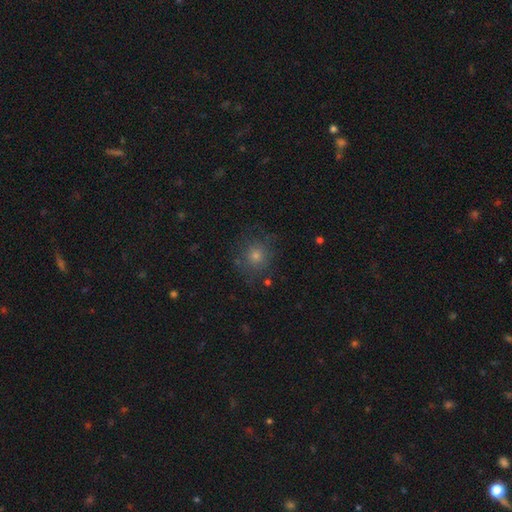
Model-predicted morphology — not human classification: Smooth or featured? Predicted: smooth (p=0.60). How rounded? Predicted: round (p=0.89). Merging? Predicted: none (p=0.79).